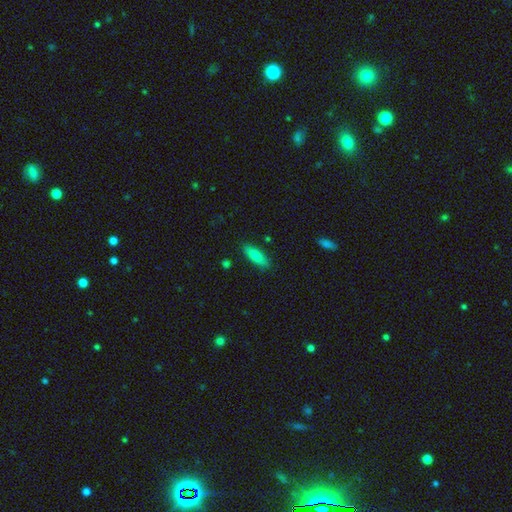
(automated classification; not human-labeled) Overall: smooth (80%). How rounded: in between (51%; cigar-shaped 47%). Merging: none (86%).